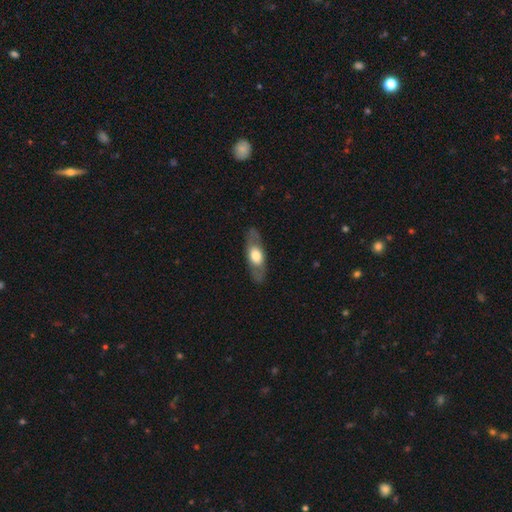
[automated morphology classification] type=featured or disk (49%); merging=none (83%).